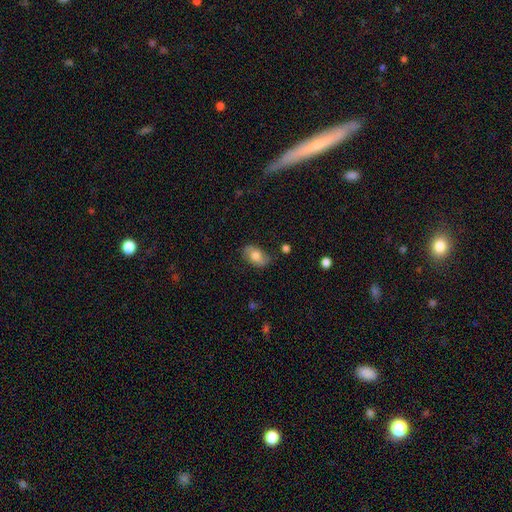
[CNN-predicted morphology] This is likely a smooth galaxy (63%). How rounded: clearly in between (89%). Merging: likely none (73%).